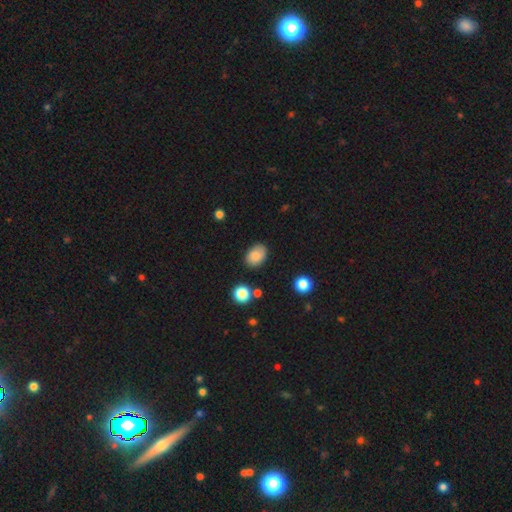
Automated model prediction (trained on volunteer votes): Smooth or featured? smooth (85%)
How rounded? in between (77%)
Merging? none (81%)